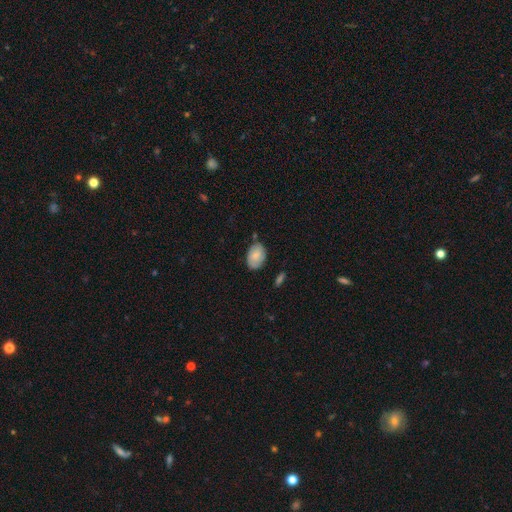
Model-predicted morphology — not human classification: smooth 76%, featured or disk 18%, star or artifact 7%. Down the decision tree: how rounded — in between (86%); merging — none (70%).